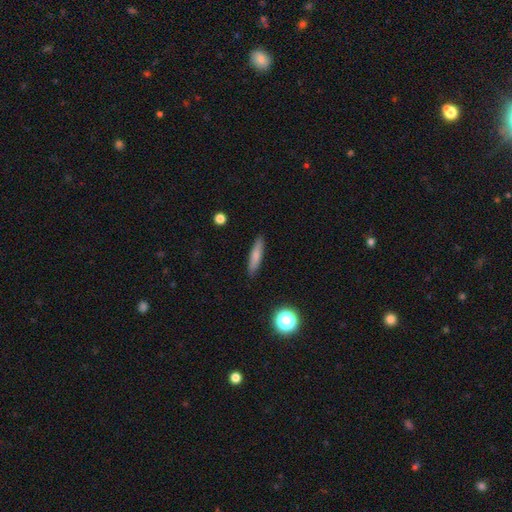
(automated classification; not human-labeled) The model was most divided on "smooth or featured": smooth: 75%, featured or disk: 17%, star or artifact: 8%. More confident: merging — none (89%); how rounded — cigar-shaped (84%).